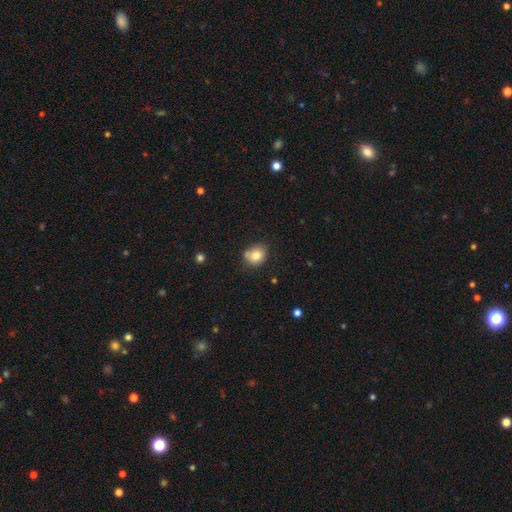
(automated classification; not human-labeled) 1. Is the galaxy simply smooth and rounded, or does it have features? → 80% smooth, 10% star or artifact, 9% featured or disk.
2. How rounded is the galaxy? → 71% round, 28% in between, 1% cigar-shaped.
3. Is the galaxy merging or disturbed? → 67% none, 19% minor disturbance, 11% merger, 4% major disturbance.